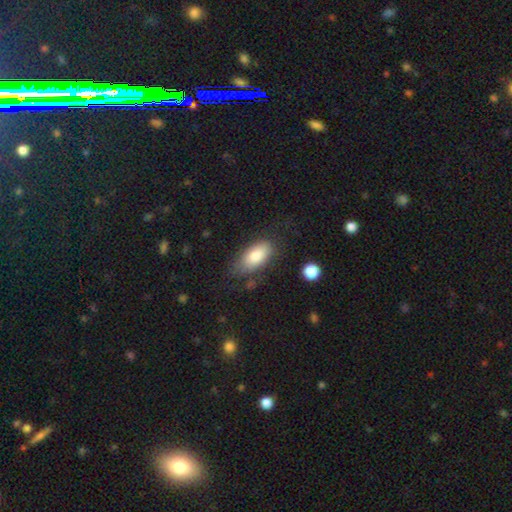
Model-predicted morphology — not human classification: Q: Smooth or featured?
A: smooth (81%); runner-up: featured or disk (13%)
Q: How rounded?
A: in between (89%); runner-up: cigar-shaped (8%)
Q: Merging?
A: none (67%); runner-up: minor disturbance (22%)